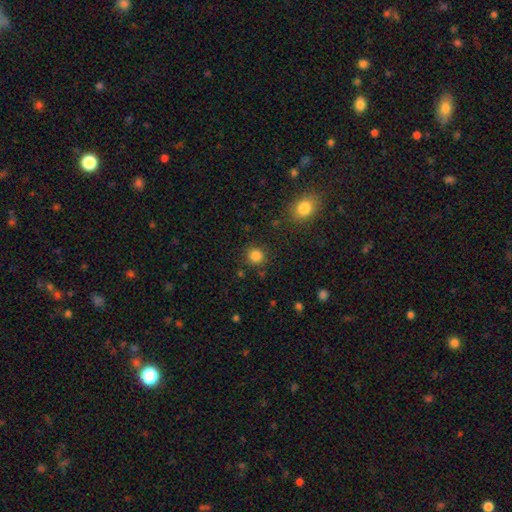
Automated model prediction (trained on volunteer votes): This is clearly a smooth galaxy (84%). How rounded: clearly round (91%). Merging: clearly none (86%).